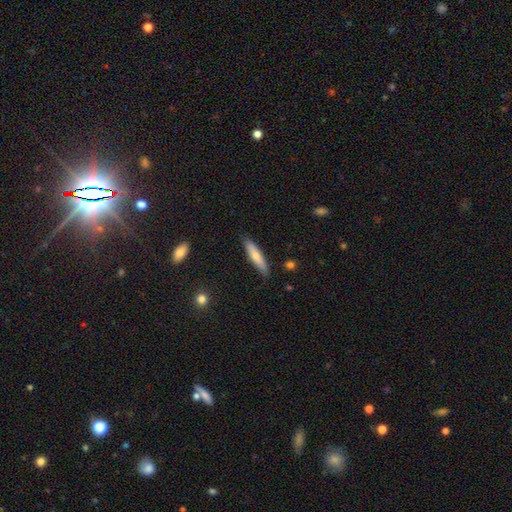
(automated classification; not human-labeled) smooth-or-featured: smooth: 65% | featured or disk: 29% | star or artifact: 6%
  how-rounded: cigar-shaped: 81% | in between: 18% | round: 2%
  merging: none: 85% | minor disturbance: 12% | major disturbance: 2% | merger: 1%